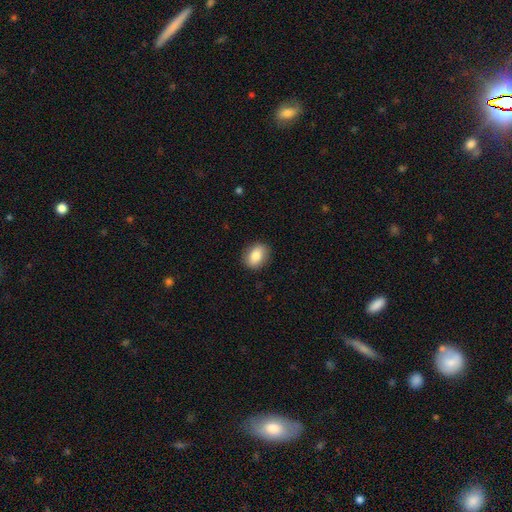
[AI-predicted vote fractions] This appears to be a smooth galaxy with no disk features (82%) that is in between round and cigar-shaped (70%). Merging: none (87%).